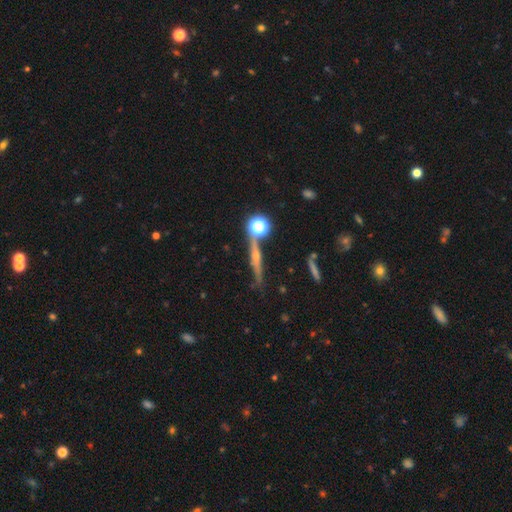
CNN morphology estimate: Q: Smooth or featured?
A: featured or disk (65%); runner-up: smooth (18%)
Q: Edge-on disk?
A: yes (94%); runner-up: no (6%)
Q: Edge-on bulge?
A: rounded (79%); runner-up: none (14%)
Q: Merging?
A: none (78%); runner-up: minor disturbance (11%)